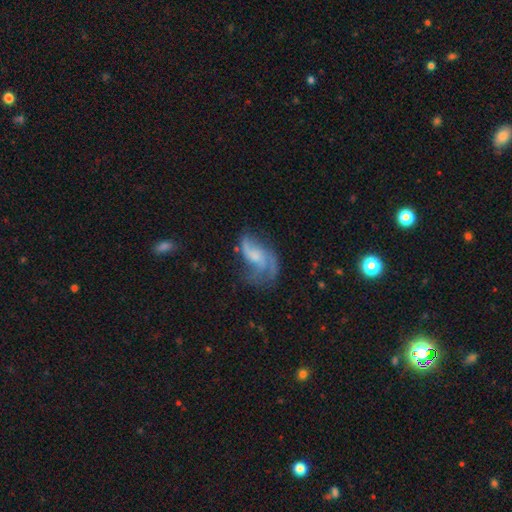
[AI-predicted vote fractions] Morphology: type=featured or disk (73%); edge-on=no (96%); bar=no (59%); spiral arms=yes (88%); winding=loose (58%); arm count=2 (53%); bulge=none (33%); merging=none (43%).